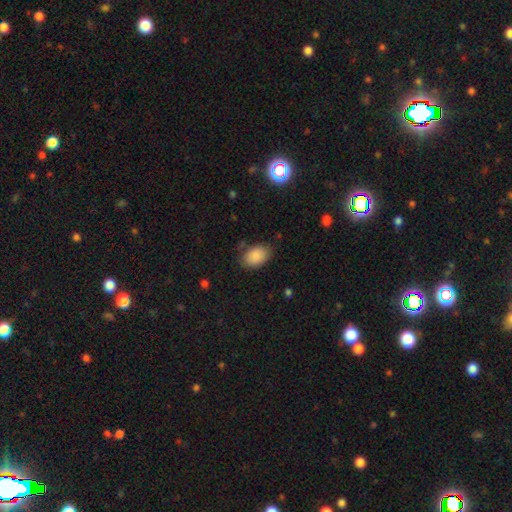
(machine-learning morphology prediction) Smooth or featured?
  - smooth: 88% *
  - star or artifact: 7%
  - featured or disk: 5%
How rounded?
  - in between: 84% *
  - round: 15%
  - cigar-shaped: 1%
Merging?
  - none: 77% *
  - minor disturbance: 17%
  - major disturbance: 4%
  - merger: 2%